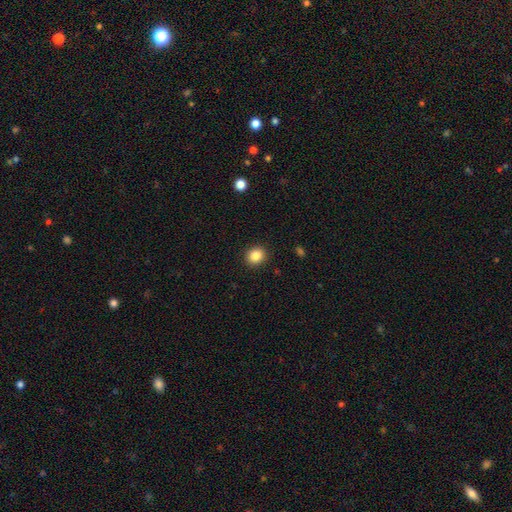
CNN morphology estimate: This is clearly a smooth galaxy (85%). How rounded: likely round (72%). Merging: clearly none (91%).